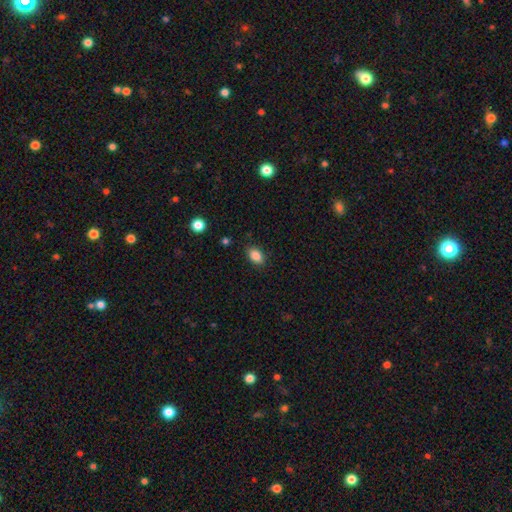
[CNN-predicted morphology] This appears to be a smooth galaxy with no disk features (87%) that is in between round and cigar-shaped (86%). Merging: none (86%).